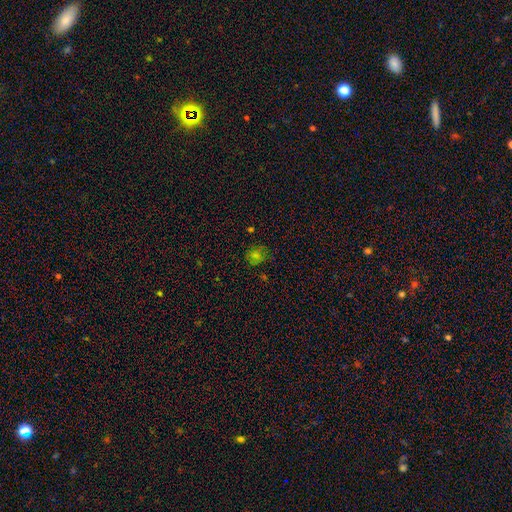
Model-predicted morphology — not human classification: A smooth galaxy with no disk features (55%) that is round (70%).

Vote fractions:
- Smooth or featured? smooth: 55% / star or artifact: 31% / featured or disk: 14%
- How rounded? round: 70% / in between: 29% / cigar-shaped: 1%
- Merging? none: 72% / minor disturbance: 18% / major disturbance: 7% / merger: 3%